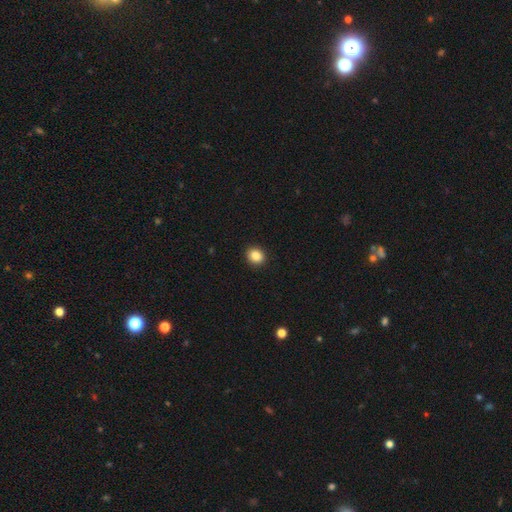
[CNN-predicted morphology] Overall: smooth (87%). How rounded: round (69%; in between 31%). Merging: none (92%).